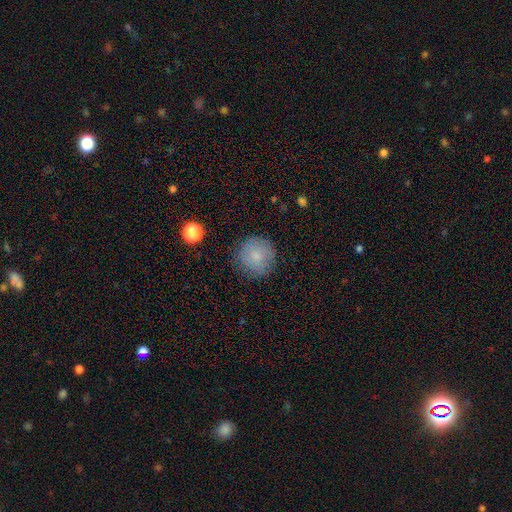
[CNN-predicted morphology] A smooth galaxy with no disk features (81%) that is round (94%).

Vote fractions:
- Smooth or featured? smooth: 81% / featured or disk: 11% / star or artifact: 8%
- How rounded? round: 94% / in between: 5% / cigar-shaped: 1%
- Merging? none: 84% / minor disturbance: 12% / major disturbance: 3% / merger: 1%